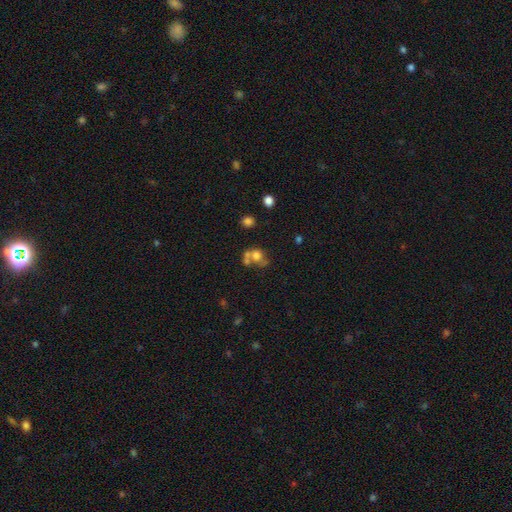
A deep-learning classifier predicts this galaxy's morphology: A smooth galaxy with no disk features (62%) that is round (69%). Merging: merger (45%).